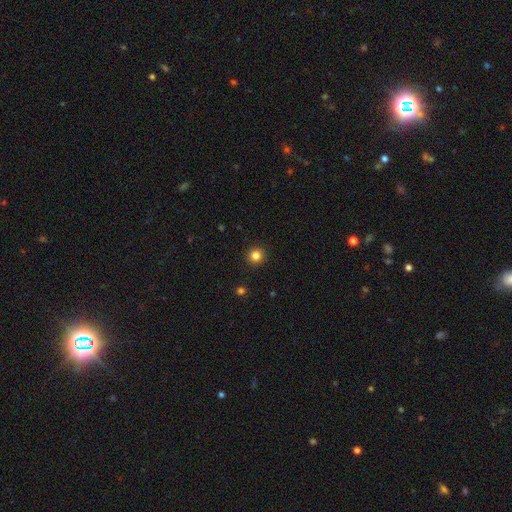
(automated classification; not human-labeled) Morphology: type=smooth (83%); roundness=round (94%); merging=none (93%).